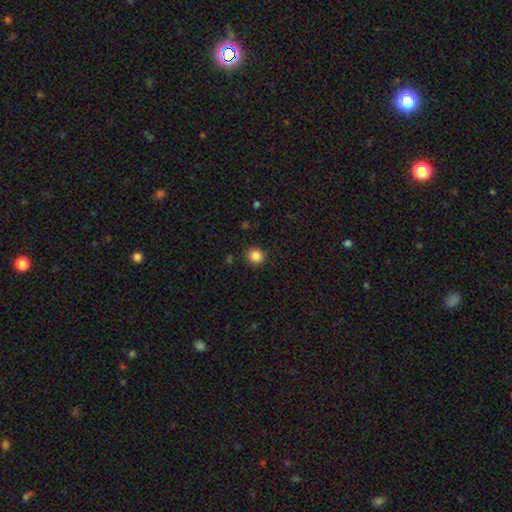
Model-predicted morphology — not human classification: This is clearly a smooth galaxy (86%). How rounded: clearly round (83%). Merging: clearly none (90%).